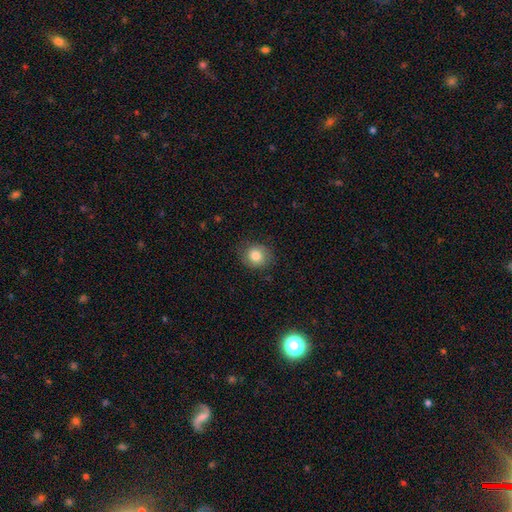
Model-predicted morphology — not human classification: This appears to be a smooth galaxy with no disk features (82%) that is round (78%). Merging: none (83%).